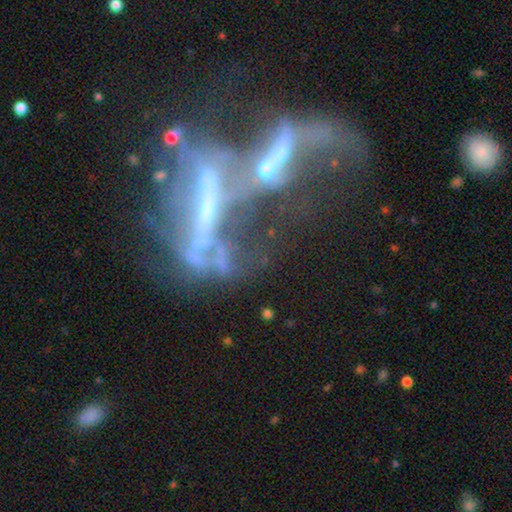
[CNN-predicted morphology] featured or disk 66%, star or artifact 20%, smooth 13%. Down the decision tree: edge-on disk — no (82%); bar — no (50%); spiral arms — no (69%); bulge size — none (41%); merging — merger (61%).